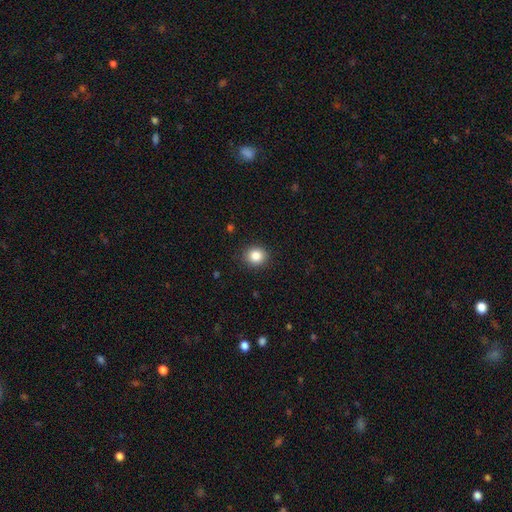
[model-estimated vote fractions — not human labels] Morphology: type=smooth (85%); roundness=round (81%); merging=none (90%).